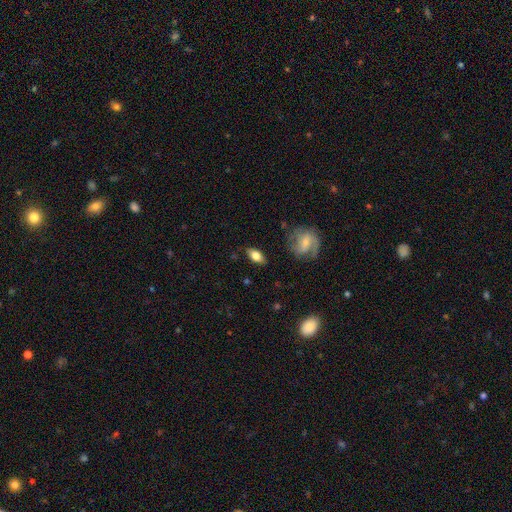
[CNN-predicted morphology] This appears to be a smooth galaxy with no disk features (71%) that is in between round and cigar-shaped (86%). Merging: none (82%).